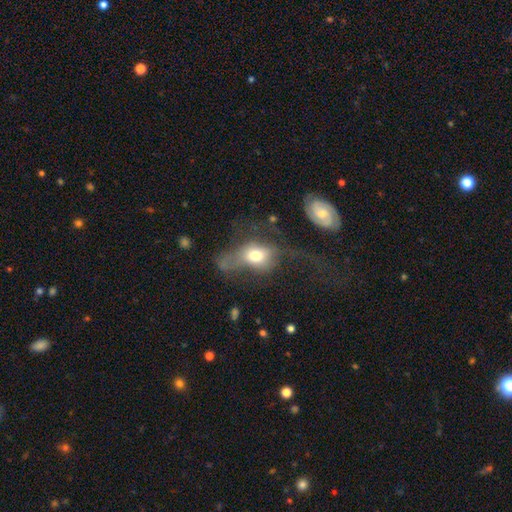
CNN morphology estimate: A smooth galaxy with no disk features (59%) that is in between round and cigar-shaped (64%).

Vote fractions:
- Smooth or featured? smooth: 59% / featured or disk: 30% / star or artifact: 11%
- How rounded? in between: 64% / round: 32% / cigar-shaped: 4%
- Merging? major disturbance: 57% / none: 19% / minor disturbance: 15% / merger: 8%